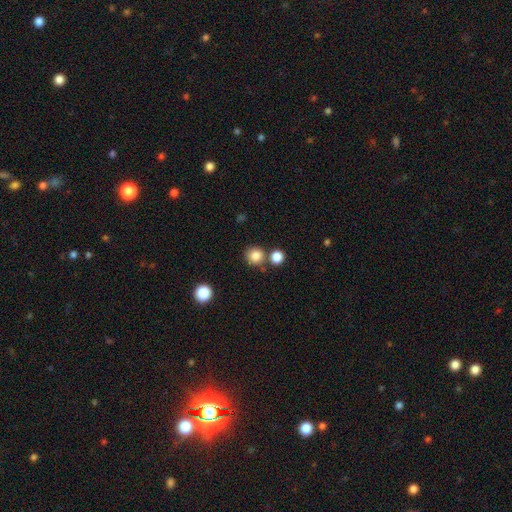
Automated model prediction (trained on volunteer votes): smooth 84%, star or artifact 11%, featured or disk 5%. Down the decision tree: how rounded — round (92%); merging — none (75%).